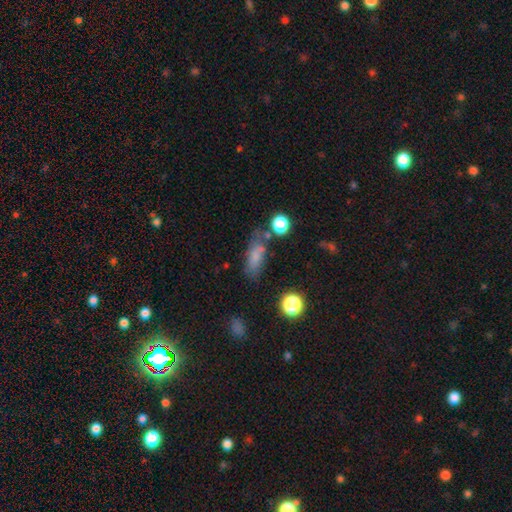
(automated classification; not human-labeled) Smooth or featured?
  - smooth: 74% *
  - featured or disk: 13%
  - star or artifact: 13%
How rounded?
  - in between: 67% *
  - cigar-shaped: 26%
  - round: 6%
Merging?
  - none: 58% *
  - minor disturbance: 22%
  - major disturbance: 10%
  - merger: 10%